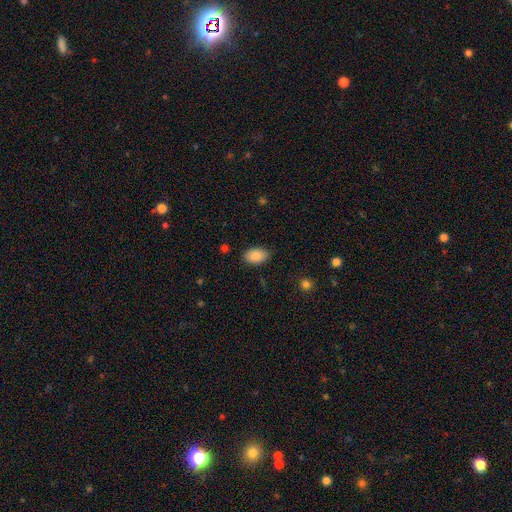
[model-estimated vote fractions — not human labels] Smooth or featured?
  - smooth: 88% *
  - star or artifact: 7%
  - featured or disk: 5%
How rounded?
  - in between: 91% *
  - round: 7%
  - cigar-shaped: 1%
Merging?
  - none: 85% *
  - minor disturbance: 11%
  - major disturbance: 3%
  - merger: 1%